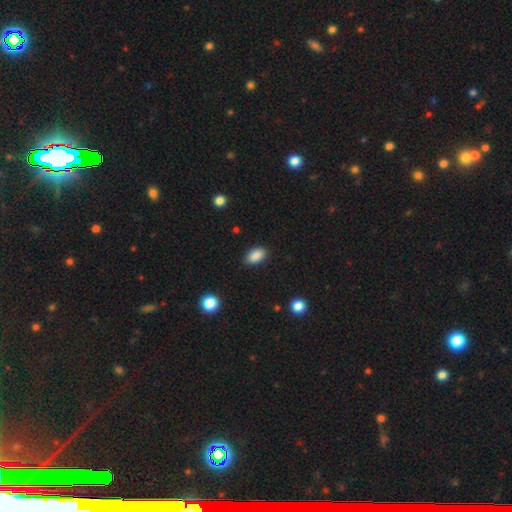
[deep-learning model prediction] A smooth galaxy with no disk features (88%) that is in between round and cigar-shaped (91%).

Vote fractions:
- Smooth or featured? smooth: 88% / star or artifact: 8% / featured or disk: 4%
- How rounded? in between: 91% / round: 8% / cigar-shaped: 2%
- Merging? none: 86% / minor disturbance: 11% / major disturbance: 2% / merger: 1%